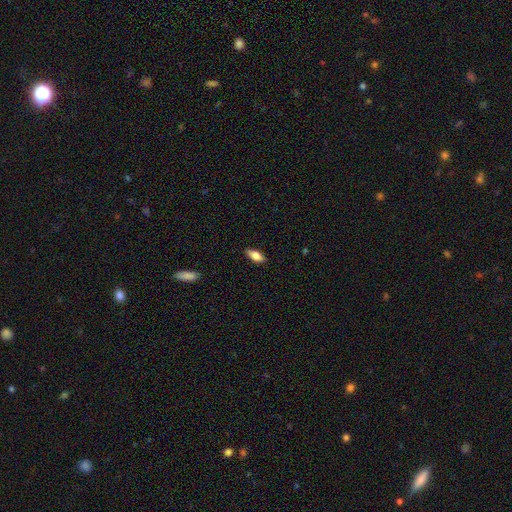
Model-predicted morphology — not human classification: This is likely a smooth galaxy (77%). How rounded: clearly in between (81%). Merging: clearly none (86%).